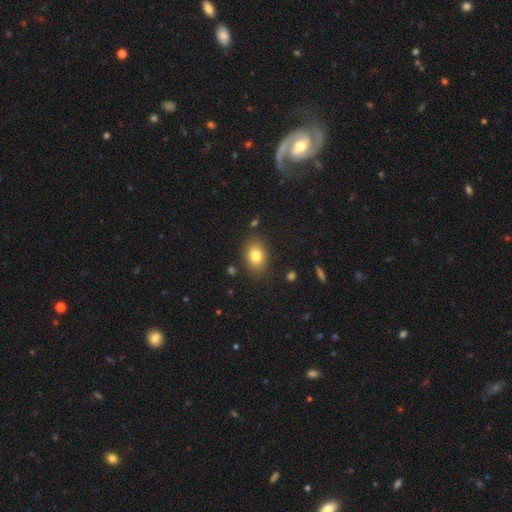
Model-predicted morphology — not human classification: Overall: smooth (80%). How rounded: in between (70%). Merging: none (84%).